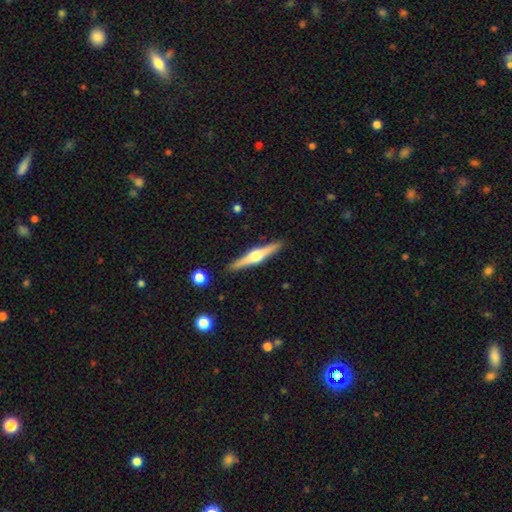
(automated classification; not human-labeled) The model was most divided on "smooth or featured": featured or disk: 75%, smooth: 20%, star or artifact: 5%. More confident: edge-on disk — yes (98%); edge-on bulge — rounded (95%); merging — none (91%).